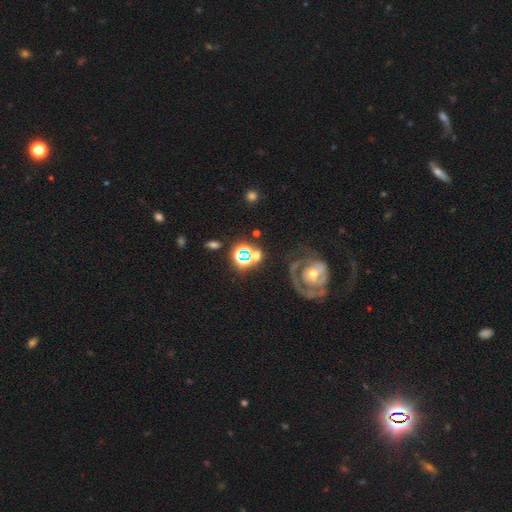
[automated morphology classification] This is marginally a smooth galaxy (34%). Merging: possibly none (57%).